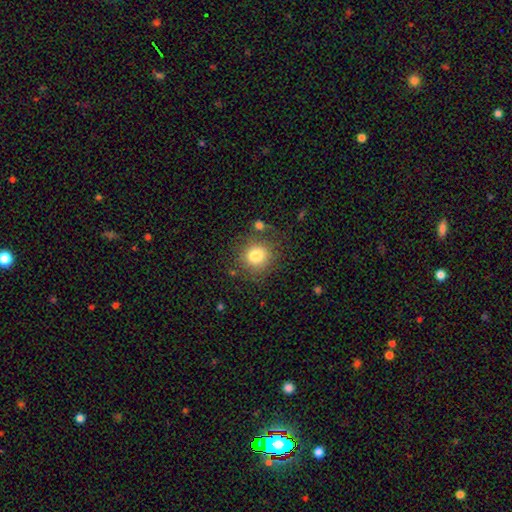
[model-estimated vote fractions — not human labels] Overall: smooth (80%). How rounded: round (83%). Merging: none (77%).